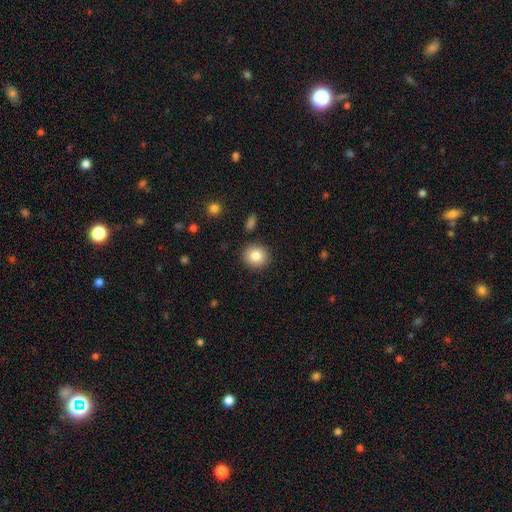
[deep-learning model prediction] A smooth galaxy with no disk features (83%) that is round (81%). Merging: none (89%).